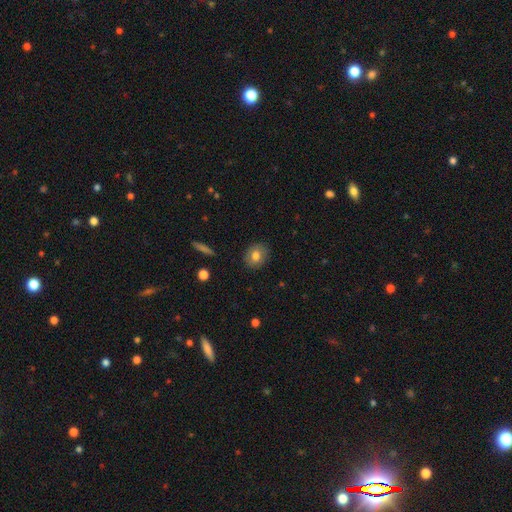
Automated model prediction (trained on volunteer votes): The model was most divided on "how rounded": round: 59%, in between: 39%, cigar-shaped: 1%. More confident: merging — none (86%); smooth or featured — smooth (76%).